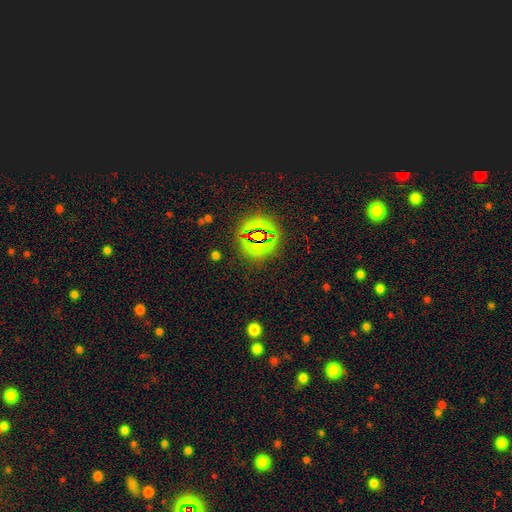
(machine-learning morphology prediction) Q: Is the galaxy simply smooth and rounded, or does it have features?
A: star or artifact — 79%.